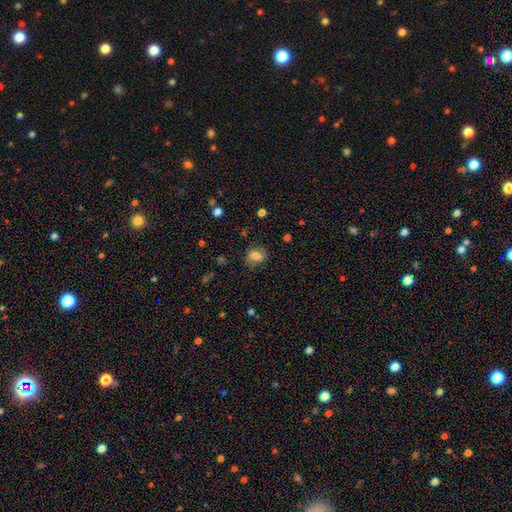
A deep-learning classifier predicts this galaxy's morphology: type=smooth (70%); roundness=in between (61%); merging=none (68%).